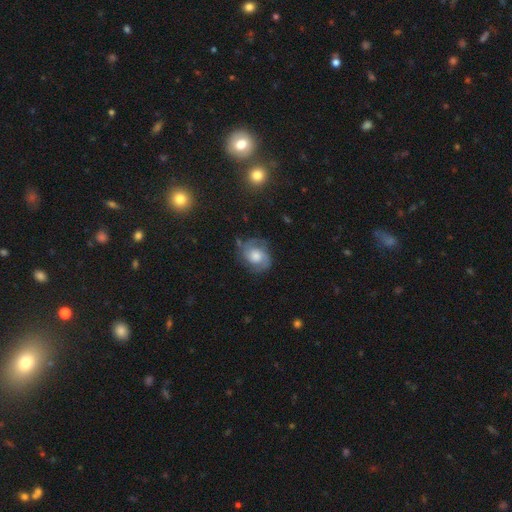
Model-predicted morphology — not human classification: Q: Smooth or featured?
A: featured or disk (74%); runner-up: smooth (17%)
Q: Edge-on disk?
A: no (97%); runner-up: yes (3%)
Q: Bar?
A: no (68%); runner-up: weak (28%)
Q: Spiral arms?
A: yes (94%); runner-up: no (6%)
Q: Spiral winding?
A: medium (45%); runner-up: tight (42%)
Q: Spiral arm count?
A: 2 (72%); runner-up: can't tell (11%)
Q: Bulge size?
A: moderate (48%); runner-up: large (31%)
Q: Merging?
A: none (74%); runner-up: minor disturbance (17%)